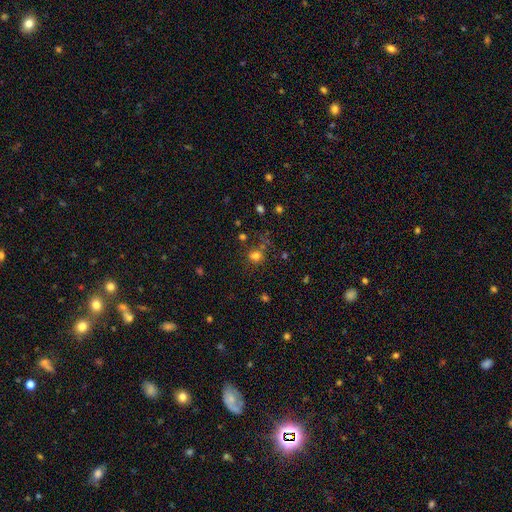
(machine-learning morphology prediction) Smooth or featured? smooth (70%)
How rounded? round (72%)
Merging? none (60%)